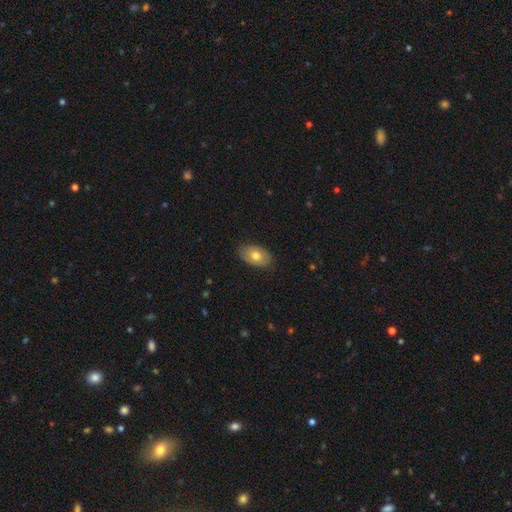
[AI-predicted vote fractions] smooth_or_featured: smooth (p=0.68) [alt: featured or disk p=0.25]
how_rounded: in between (p=0.90) [alt: round p=0.09]
merging: none (p=0.83) [alt: minor disturbance p=0.13]